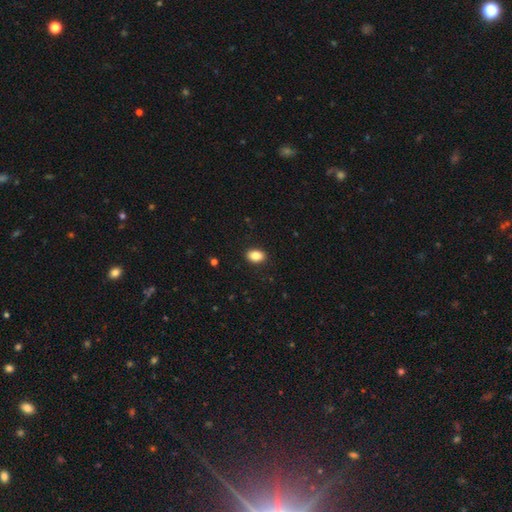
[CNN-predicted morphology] type=smooth (86%); roundness=in between (84%); merging=none (90%).